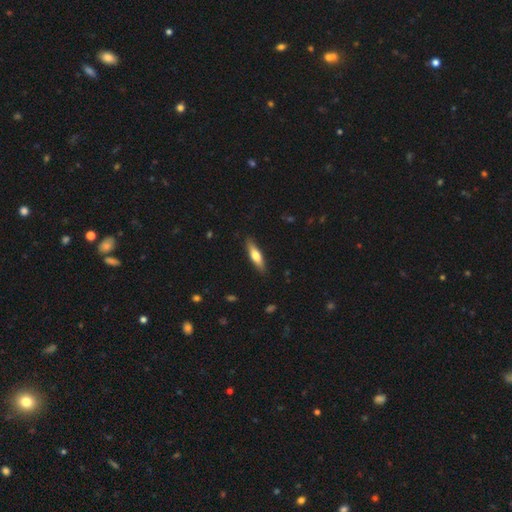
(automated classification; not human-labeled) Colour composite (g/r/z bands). It shows a smooth galaxy with no disk features (61%) that is cigar-shaped (71%). Merging: none (88%).